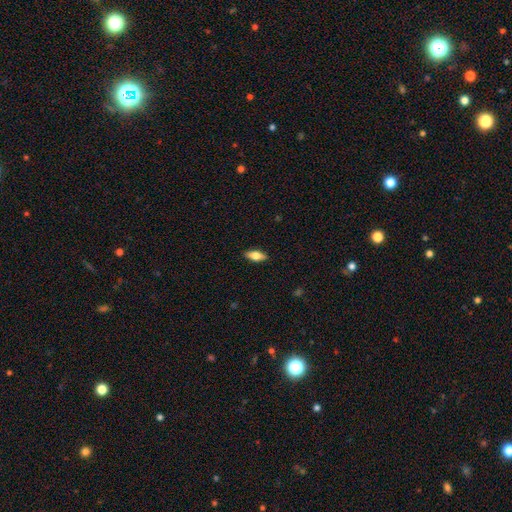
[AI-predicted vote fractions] smooth_or_featured: smooth (p=0.70) [alt: featured or disk p=0.23]
how_rounded: in between (p=0.80) [alt: cigar-shaped p=0.17]
merging: none (p=0.89) [alt: minor disturbance p=0.08]